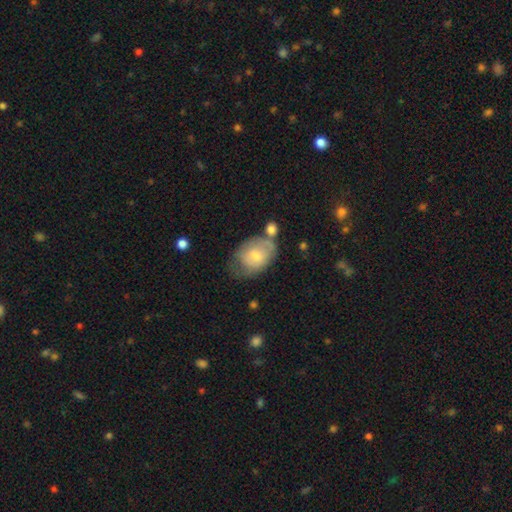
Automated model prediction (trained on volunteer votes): Smooth or featured? smooth (65%)
How rounded? in between (74%)
Merging? none (39%)